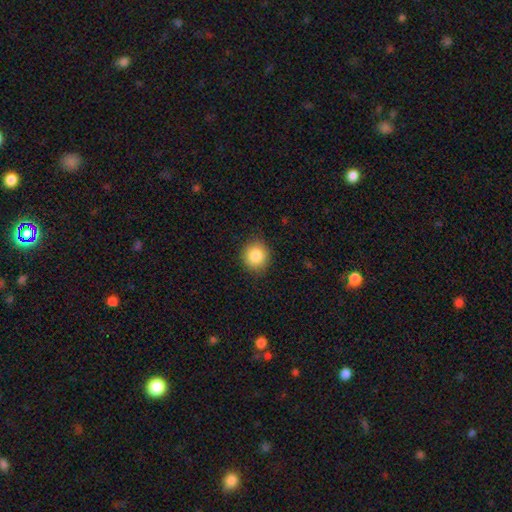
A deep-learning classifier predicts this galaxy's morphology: Smooth or featured: smooth — 85% (star or artifact — 9%)
How rounded: round — 87% (in between — 12%)
Merging: none — 88% (minor disturbance — 9%)